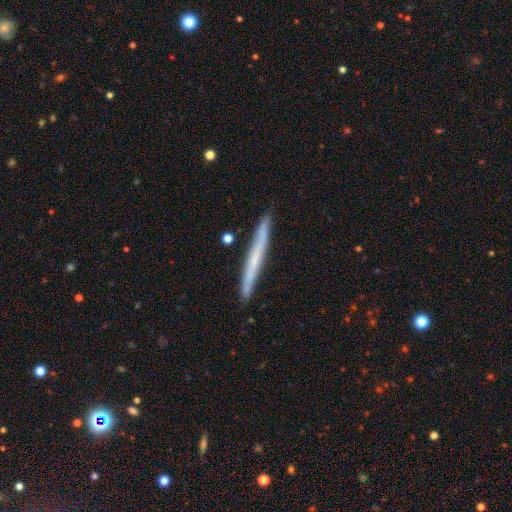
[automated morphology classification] The model was most divided on "smooth or featured": featured or disk: 49%, smooth: 44%, star or artifact: 7%. More confident: merging — none (89%).